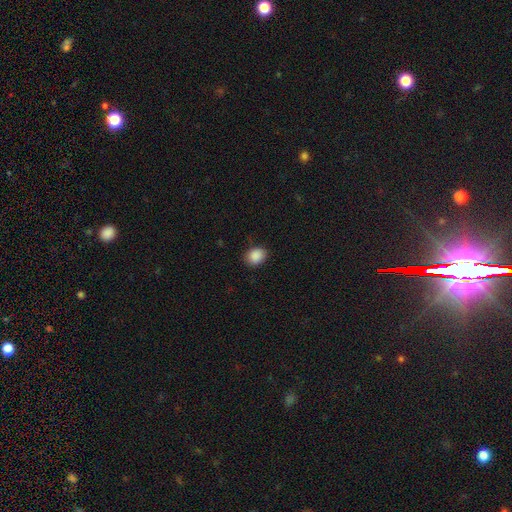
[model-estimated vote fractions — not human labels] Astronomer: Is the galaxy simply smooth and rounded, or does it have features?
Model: smooth — 89%.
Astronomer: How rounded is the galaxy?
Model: round — 52% (runner-up: in between, 47%).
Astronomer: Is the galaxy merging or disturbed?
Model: none — 84%.